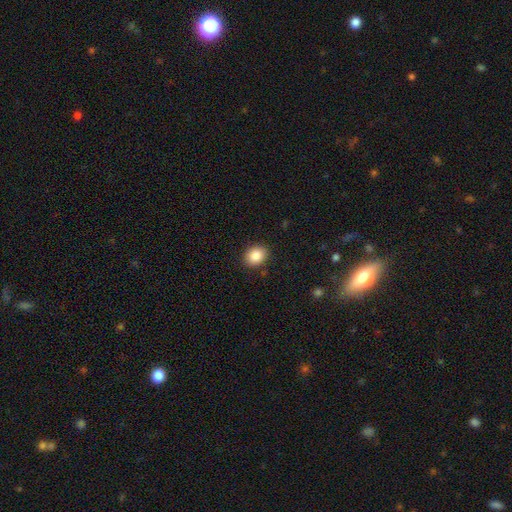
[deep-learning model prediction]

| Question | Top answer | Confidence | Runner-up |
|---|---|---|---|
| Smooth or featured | smooth | 87% | star or artifact (8%) |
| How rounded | in between | 56% | round (44%) |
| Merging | none | 89% | minor disturbance (8%) |